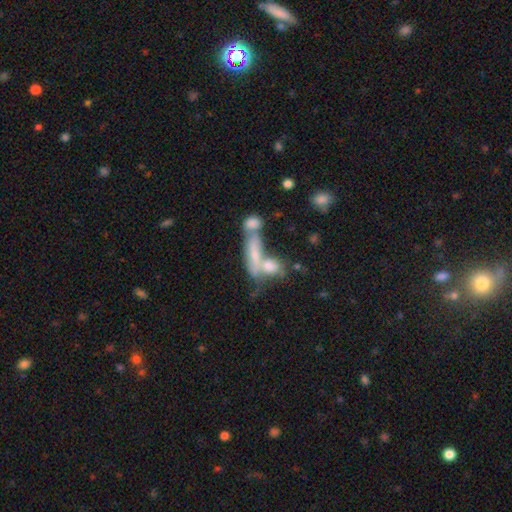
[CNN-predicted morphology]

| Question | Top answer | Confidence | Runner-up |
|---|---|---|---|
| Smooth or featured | smooth | 45% | featured or disk (40%) |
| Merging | merger | 54% | none (24%) |